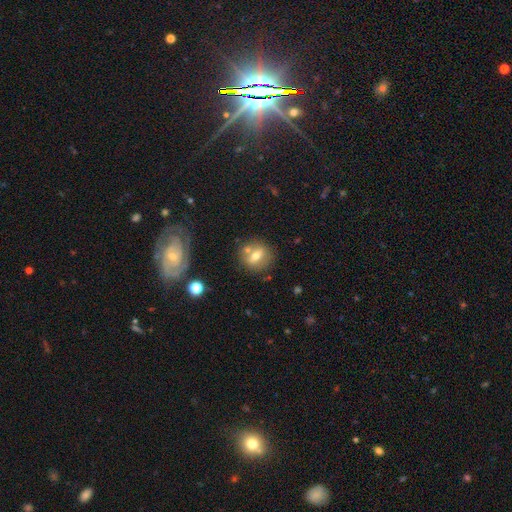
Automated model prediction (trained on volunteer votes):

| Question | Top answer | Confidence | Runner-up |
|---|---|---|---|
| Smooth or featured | smooth | 54% | featured or disk (35%) |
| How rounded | round | 63% | in between (32%) |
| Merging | none | 69% | merger (16%) |